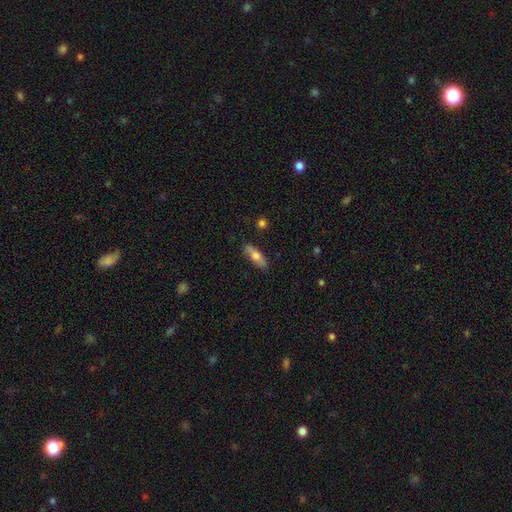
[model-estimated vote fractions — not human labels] Smooth or featured: smooth — 66% (featured or disk — 28%)
How rounded: in between — 50% (cigar-shaped — 47%)
Merging: none — 79% (minor disturbance — 16%)